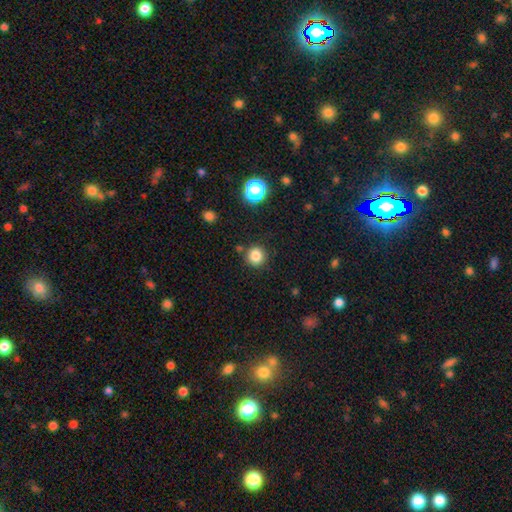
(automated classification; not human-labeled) This appears to be a smooth galaxy with no disk features (83%) that is round (92%). Merging: none (85%).